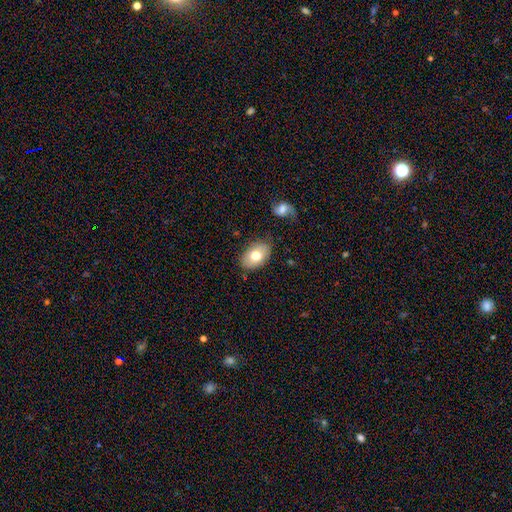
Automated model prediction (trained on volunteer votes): Overall: smooth (74%). How rounded: in between (87%). Merging: none (80%).